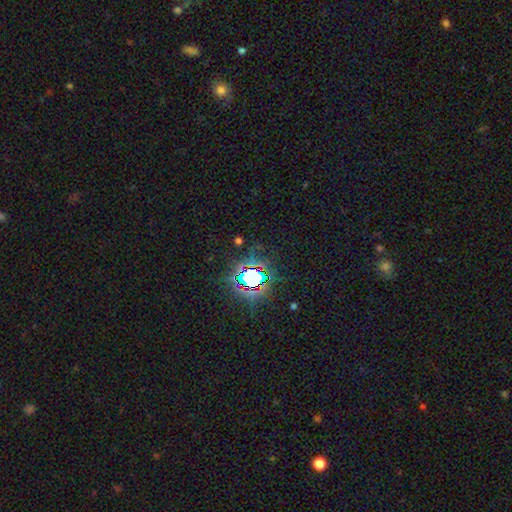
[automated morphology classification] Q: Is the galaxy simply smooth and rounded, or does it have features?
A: star or artifact — 80%.